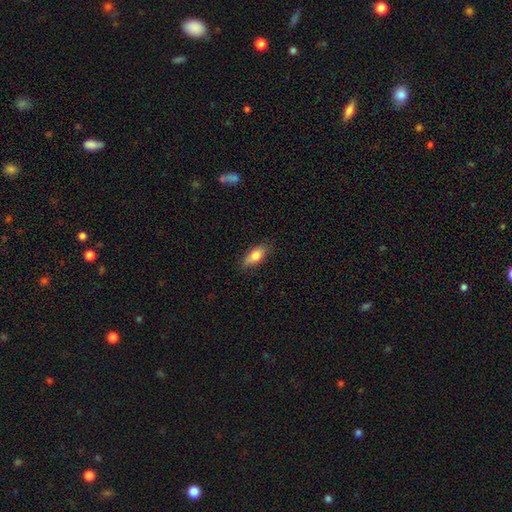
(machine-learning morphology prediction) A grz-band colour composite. It shows a smooth galaxy with no disk features (79%) that is in between round and cigar-shaped (85%). Merging: none (83%).